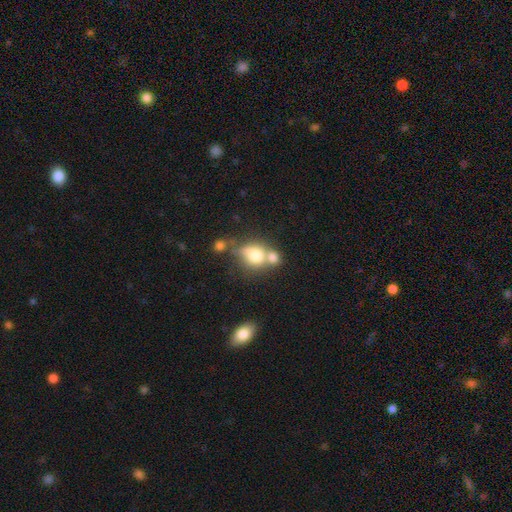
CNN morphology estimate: This appears to be a smooth galaxy with no disk features (71%) that is round (60%). Merging: merger (54%).